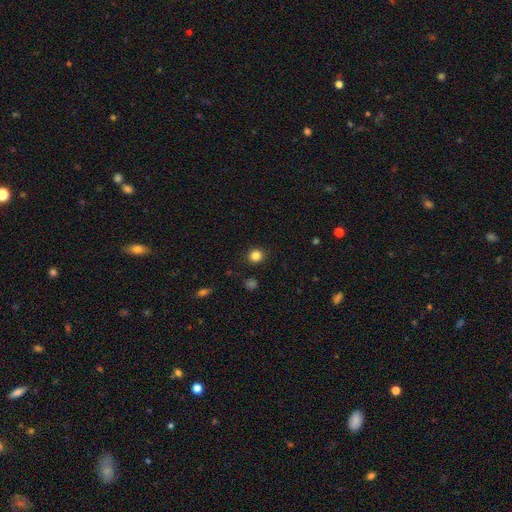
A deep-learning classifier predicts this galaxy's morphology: A smooth galaxy with no disk features (84%) that is round (90%).

Vote fractions:
- Smooth or featured? smooth: 84% / star or artifact: 12% / featured or disk: 4%
- How rounded? round: 90% / in between: 9% / cigar-shaped: 1%
- Merging? none: 91% / minor disturbance: 6% / major disturbance: 2% / merger: 1%